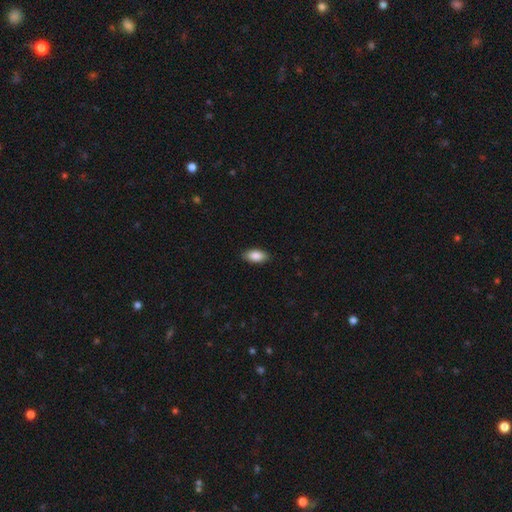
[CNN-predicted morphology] A smooth galaxy with no disk features (88%) that is in between round and cigar-shaped (93%). Merging: none (88%).